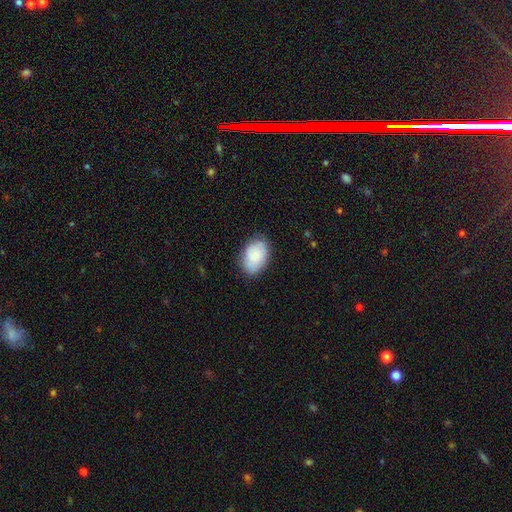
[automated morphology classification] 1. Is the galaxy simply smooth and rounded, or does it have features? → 82% smooth, 11% featured or disk, 6% star or artifact.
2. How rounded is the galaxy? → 87% in between, 12% round, 1% cigar-shaped.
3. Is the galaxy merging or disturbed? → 78% none, 17% minor disturbance, 4% major disturbance, 1% merger.